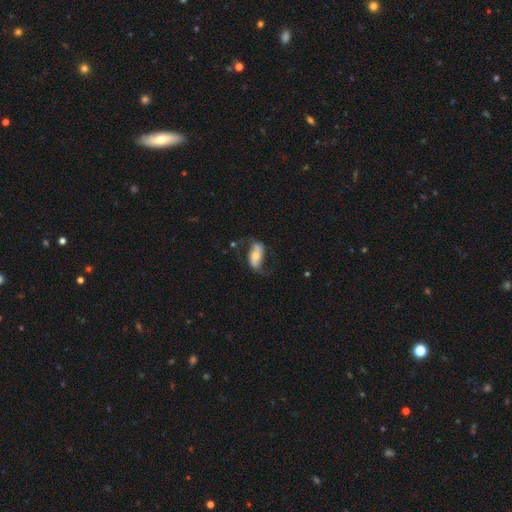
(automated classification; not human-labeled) The model was most divided on "bar": no: 37%, strong: 36%, weak: 27%. More confident: edge-on disk — no (90%); spiral arms — yes (83%); smooth or featured — featured or disk (63%); merging — none (62%); bulge size — moderate (54%).